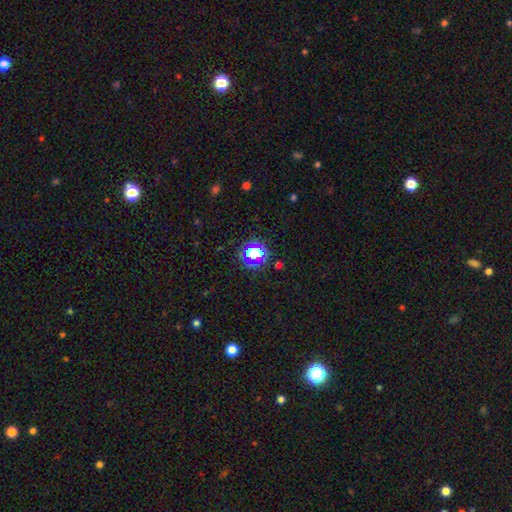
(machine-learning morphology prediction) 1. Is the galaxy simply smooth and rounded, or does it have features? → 64% star or artifact, 26% smooth, 10% featured or disk.